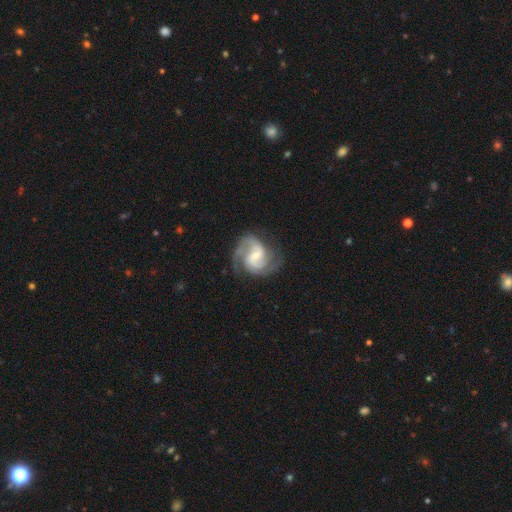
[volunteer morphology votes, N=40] Smooth or featured?
  - featured or disk: 92% *
  - smooth: 8%
  - star or artifact: 0%
Edge-on disk?
  - no: 100% *
  - yes: 0%
Bar?
  - weak: 57% *
  - no: 30%
  - strong: 14%
Spiral arms?
  - yes: 97% *
  - no: 3%
Spiral winding?
  - medium: 50% *
  - tight: 47%
  - loose: 3%
Spiral arm count?
  - 2: 78% *
  - 3: 14%
  - 4: 8%
  - 1: 0%
  - more than 4: 0%
  - can't tell: 0%
Bulge size?
  - small: 49% *
  - moderate: 32%
  - none: 11%
  - large: 5%
  - dominant: 3%
Merging?
  - none: 65% *
  - minor disturbance: 18%
  - major disturbance: 15%
  - merger: 2%